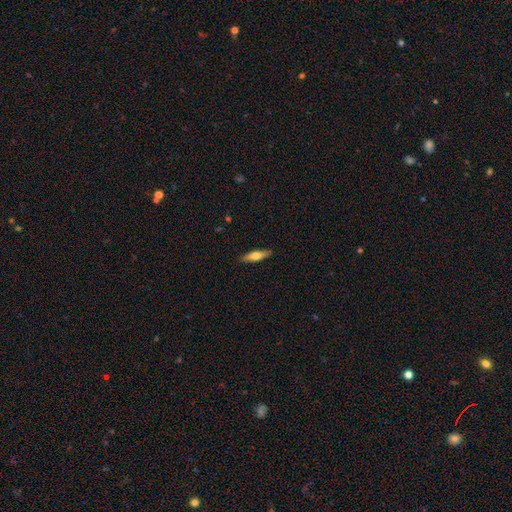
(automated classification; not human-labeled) smooth_or_featured: smooth (p=0.59) [alt: featured or disk p=0.35]
how_rounded: cigar-shaped (p=0.70) [alt: in between p=0.28]
merging: none (p=0.89) [alt: minor disturbance p=0.08]